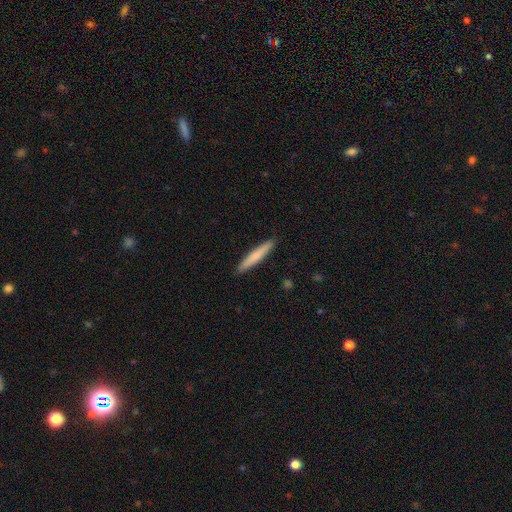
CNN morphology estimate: type=smooth (74%); roundness=cigar-shaped (94%); merging=none (92%).